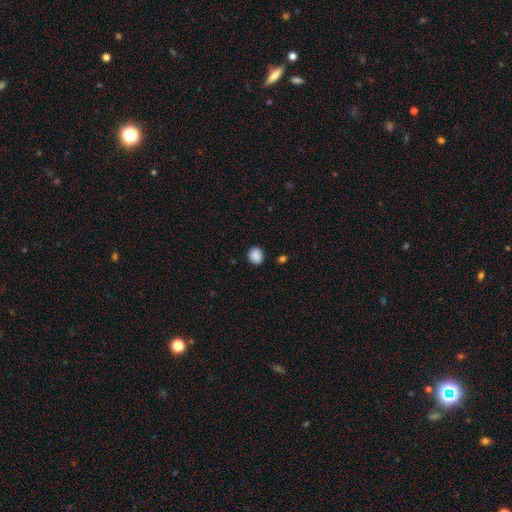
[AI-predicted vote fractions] A smooth galaxy with no disk features (88%) that is round (68%).

Vote fractions:
- Smooth or featured? smooth: 88% / star or artifact: 9% / featured or disk: 3%
- How rounded? round: 68% / in between: 31% / cigar-shaped: 1%
- Merging? none: 85% / minor disturbance: 11% / major disturbance: 3% / merger: 2%